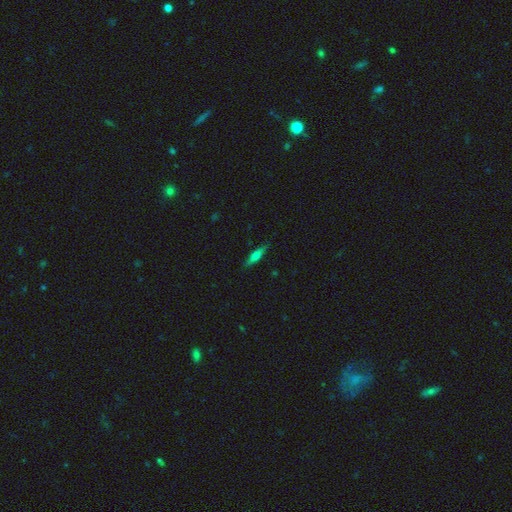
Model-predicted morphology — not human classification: This is possibly a smooth galaxy (47%). Merging: clearly none (87%).